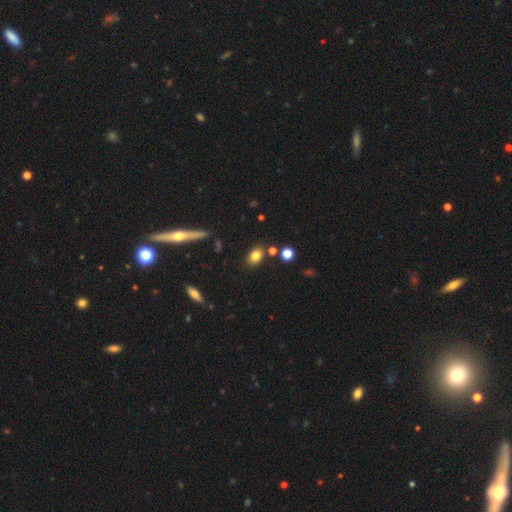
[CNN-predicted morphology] Smooth or featured? smooth (81%)
How rounded? in between (78%)
Merging? none (79%)